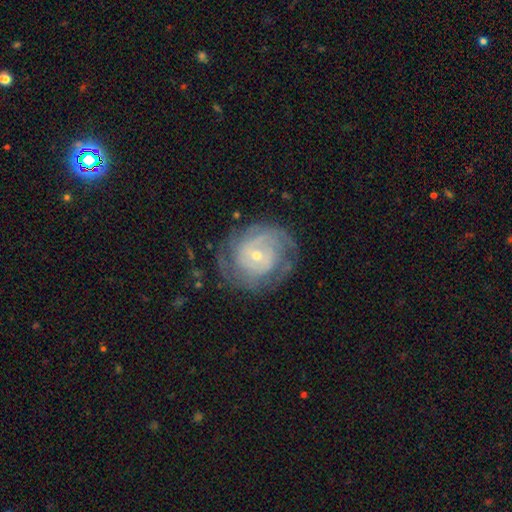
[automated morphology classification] This appears to be a featured or disk galaxy (82%) with no bar (66%), tight (68%) spiral arms (92%) and a small central bulge (65%). Merging: none (73%).